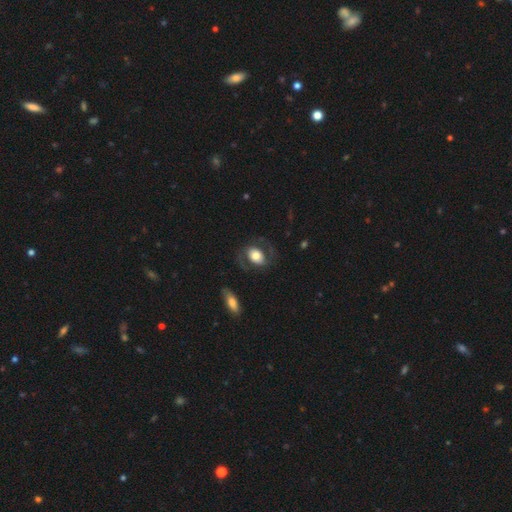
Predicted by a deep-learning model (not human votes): smooth_or_featured: featured or disk (p=0.50) [alt: smooth p=0.43]
disk_edge_on: no (p=0.94) [alt: yes p=0.06]
merging: none (p=0.69) [alt: minor disturbance p=0.15]